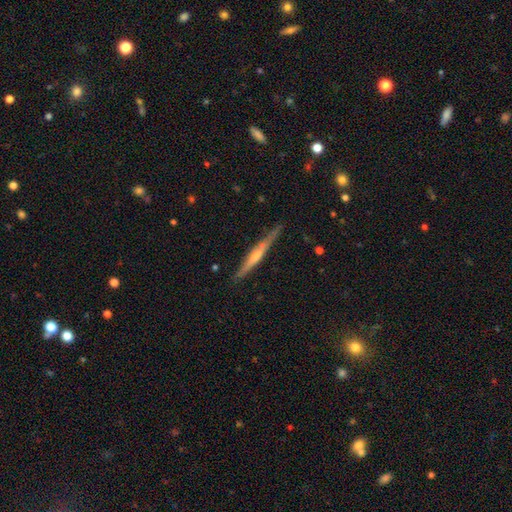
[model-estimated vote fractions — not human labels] Morphology: type=featured or disk (68%); edge-on=yes (97%); edge-on bulge=rounded (61%); merging=none (84%).